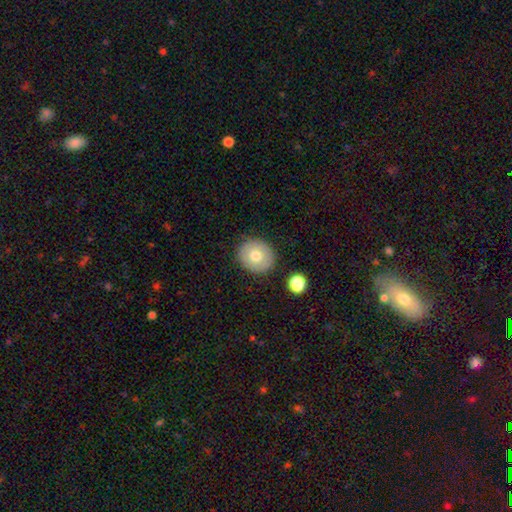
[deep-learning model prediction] Q: Smooth or featured?
A: smooth (73%); runner-up: featured or disk (18%)
Q: How rounded?
A: round (82%); runner-up: in between (18%)
Q: Merging?
A: none (87%); runner-up: minor disturbance (9%)